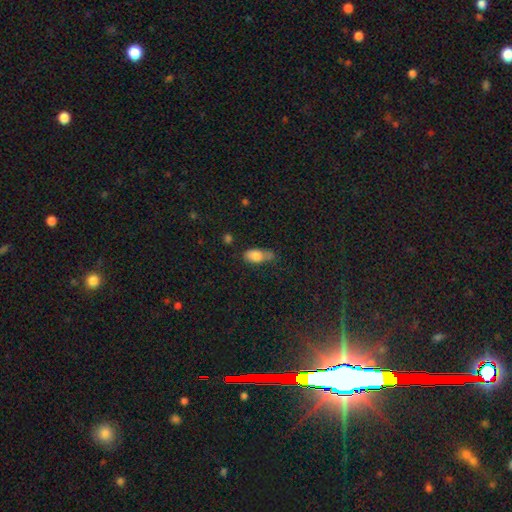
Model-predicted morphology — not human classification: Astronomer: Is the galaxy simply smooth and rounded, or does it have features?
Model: smooth — 80%.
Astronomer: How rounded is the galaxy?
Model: in between — 88%.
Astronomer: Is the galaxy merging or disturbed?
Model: none — 41% (runner-up: minor disturbance, 37%).